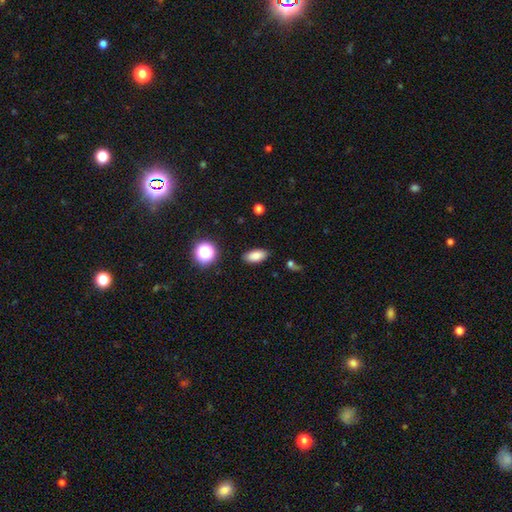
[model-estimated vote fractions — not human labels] smooth_or_featured: smooth (p=0.84) [alt: star or artifact p=0.10]
how_rounded: in between (p=0.88) [alt: cigar-shaped p=0.07]
merging: none (p=0.87) [alt: minor disturbance p=0.09]